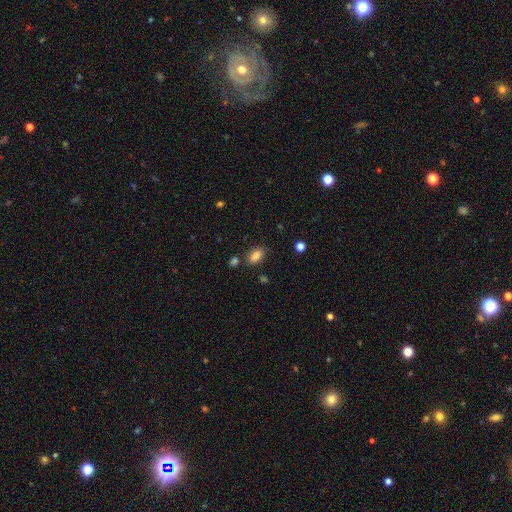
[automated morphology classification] This is clearly a smooth galaxy (84%). How rounded: clearly in between (89%). Merging: likely none (80%).